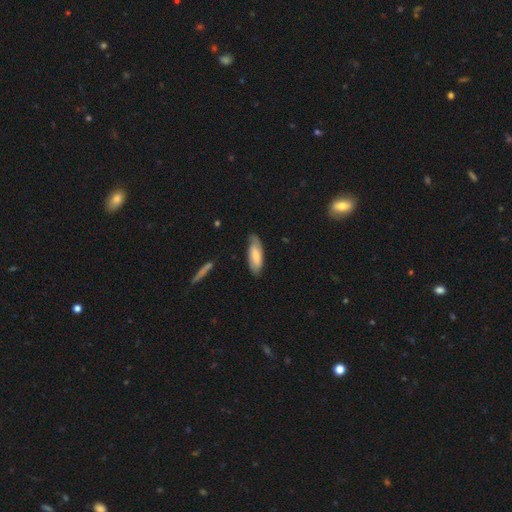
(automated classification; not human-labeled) Smooth or featured? smooth (63%)
How rounded? in between (68%)
Merging? none (73%)